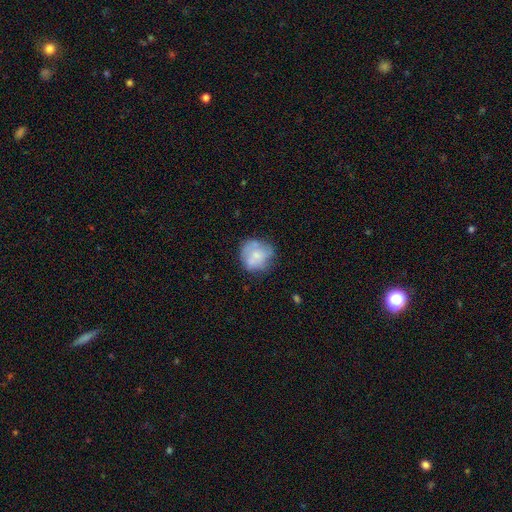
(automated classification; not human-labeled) smooth-or-featured: smooth: 59% | featured or disk: 33% | star or artifact: 8%
  how-rounded: round: 82% | in between: 17% | cigar-shaped: 1%
  merging: none: 56% | minor disturbance: 26% | major disturbance: 13% | merger: 6%